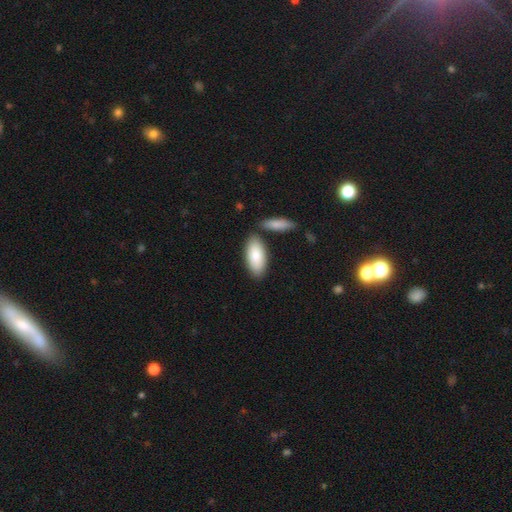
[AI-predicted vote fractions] Smooth or featured? Predicted: smooth (p=0.84). How rounded? Predicted: in between (p=0.88). Merging? Predicted: none (p=0.72).